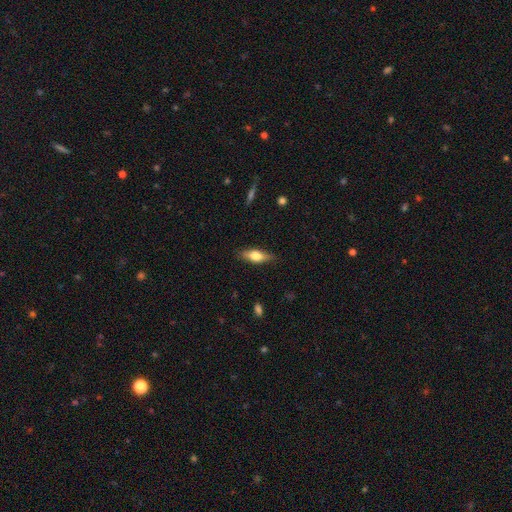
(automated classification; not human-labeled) Overall: smooth (59%; featured or disk 34%). How rounded: in between (62%; cigar-shaped 35%). Merging: none (83%).